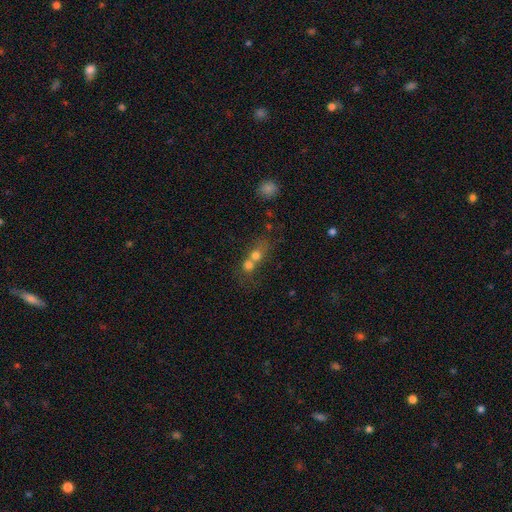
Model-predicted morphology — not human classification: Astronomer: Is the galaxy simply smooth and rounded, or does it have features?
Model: smooth — 66%.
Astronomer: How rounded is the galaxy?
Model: round — 67%.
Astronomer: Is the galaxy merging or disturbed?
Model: merger — 69%.